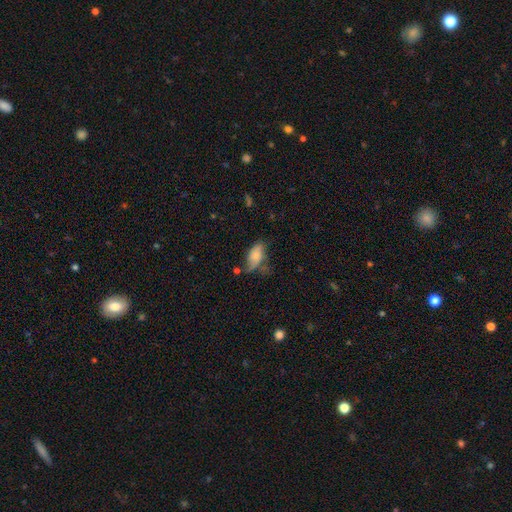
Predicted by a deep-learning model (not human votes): Smooth or featured? smooth (70%)
How rounded? in between (90%)
Merging? none (39%)